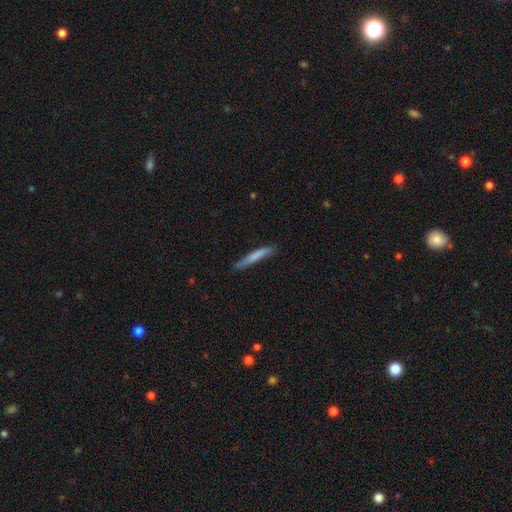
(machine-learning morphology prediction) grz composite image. It shows a smooth galaxy with no disk features (74%) that is cigar-shaped (95%). Merging: none (77%).